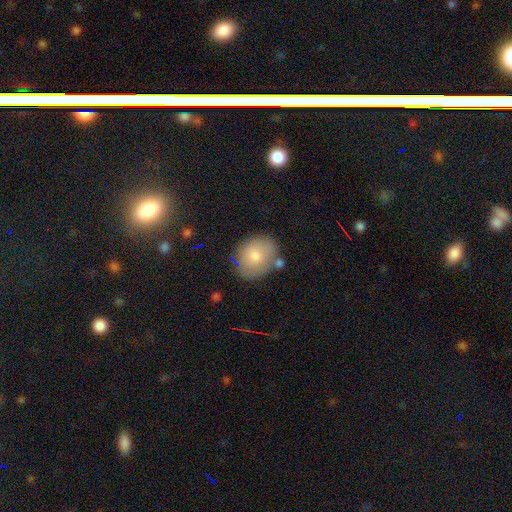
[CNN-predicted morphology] type=smooth (76%); roundness=round (54%); merging=none (69%).